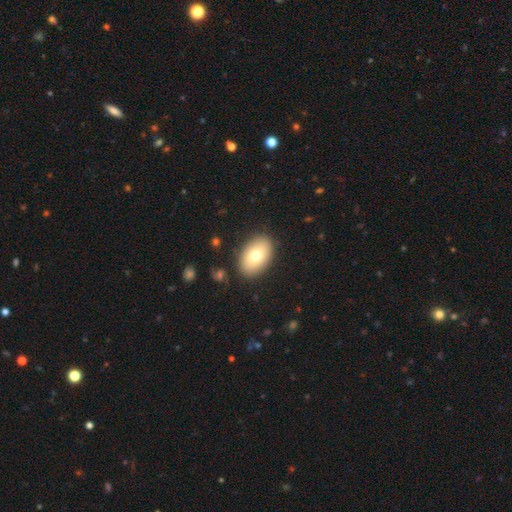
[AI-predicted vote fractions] Morphology: type=smooth (74%); roundness=in between (89%); merging=none (88%).